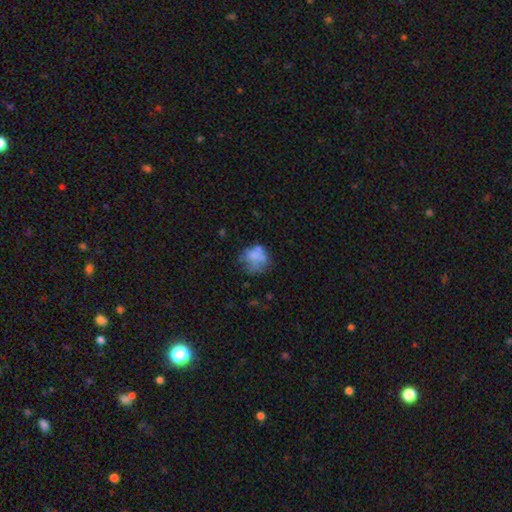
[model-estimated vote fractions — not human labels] Smooth or featured? Predicted: smooth (p=0.58). How rounded? Predicted: round (p=0.65). Merging? Predicted: none (p=0.43).